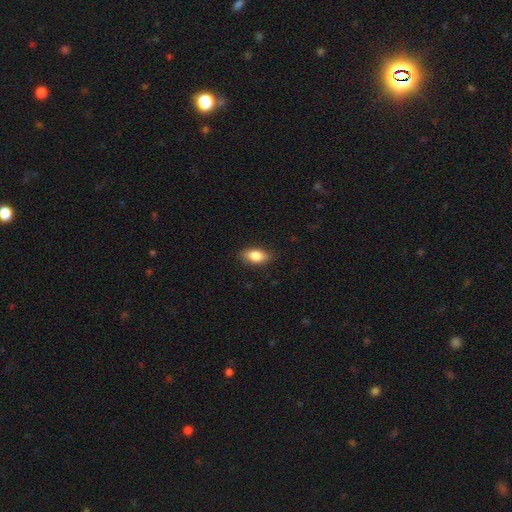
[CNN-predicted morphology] Smooth or featured?
  - smooth: 83% *
  - featured or disk: 10%
  - star or artifact: 7%
How rounded?
  - in between: 86% *
  - round: 7%
  - cigar-shaped: 6%
Merging?
  - none: 85% *
  - minor disturbance: 11%
  - major disturbance: 2%
  - merger: 1%